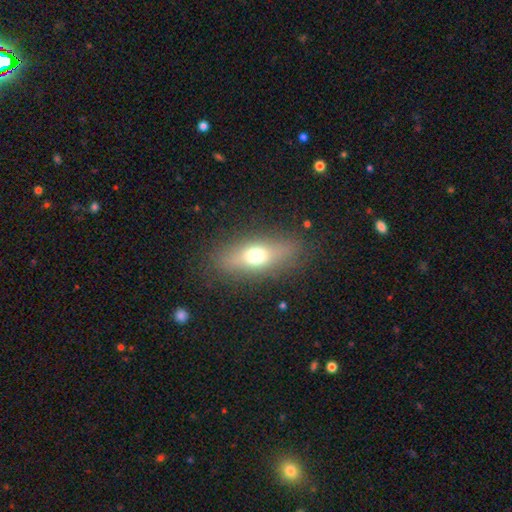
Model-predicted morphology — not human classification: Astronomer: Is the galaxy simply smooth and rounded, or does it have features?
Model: smooth — 63%.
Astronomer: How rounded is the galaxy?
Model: in between — 68%.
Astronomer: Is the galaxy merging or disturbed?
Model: none — 83%.